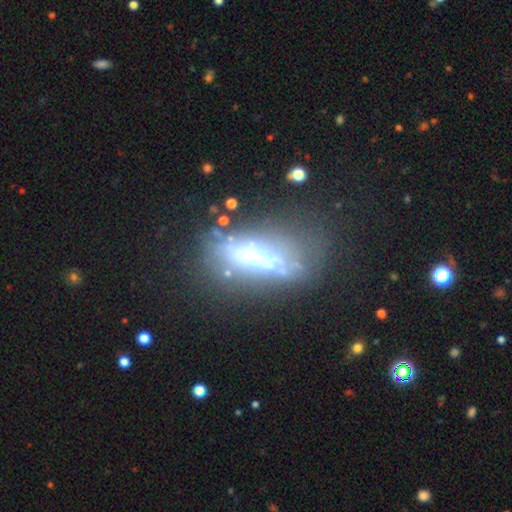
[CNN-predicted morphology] Smooth or featured? Predicted: featured or disk (p=0.56). Edge-on disk? Predicted: no (p=0.68). Merging? Predicted: none (p=0.46).